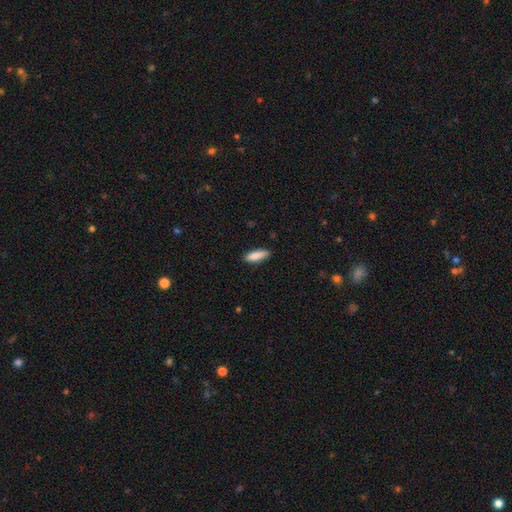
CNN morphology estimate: smooth_or_featured: smooth (p=0.86) [alt: featured or disk p=0.08]
how_rounded: in between (p=0.50) [alt: cigar-shaped p=0.48]
merging: none (p=0.84) [alt: minor disturbance p=0.12]